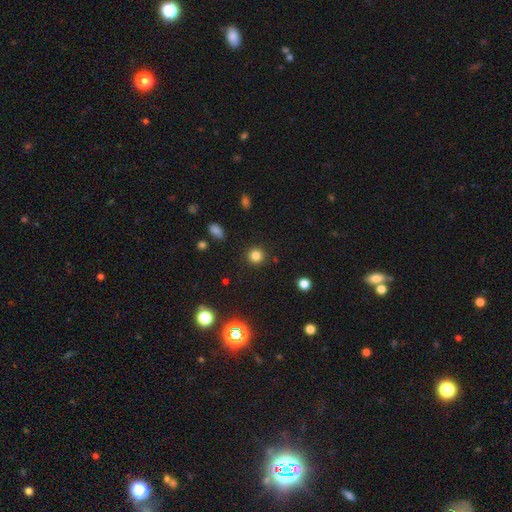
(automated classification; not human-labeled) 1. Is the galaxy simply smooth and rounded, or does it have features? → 81% smooth, 14% star or artifact, 5% featured or disk.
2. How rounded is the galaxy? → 93% round, 6% in between, 1% cigar-shaped.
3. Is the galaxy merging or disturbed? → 90% none, 6% minor disturbance, 2% major disturbance, 1% merger.